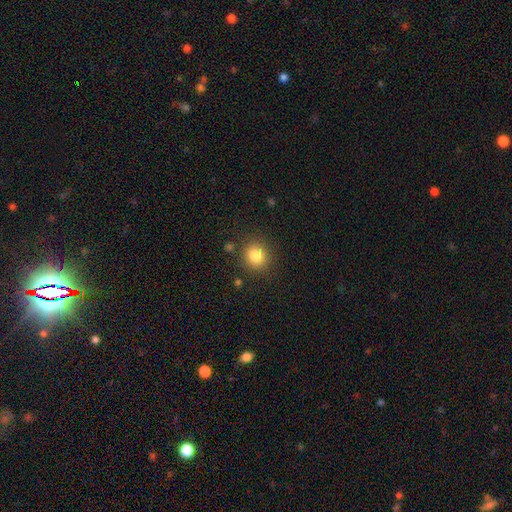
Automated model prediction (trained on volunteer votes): Smooth or featured?
  - smooth: 83% *
  - star or artifact: 11%
  - featured or disk: 6%
How rounded?
  - round: 86% *
  - in between: 13%
  - cigar-shaped: 1%
Merging?
  - none: 84% *
  - minor disturbance: 9%
  - merger: 4%
  - major disturbance: 3%